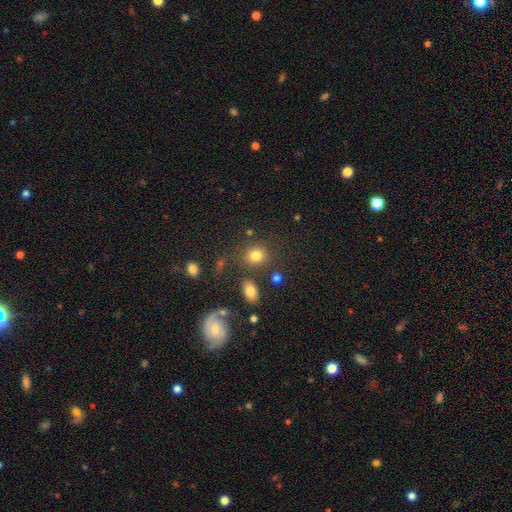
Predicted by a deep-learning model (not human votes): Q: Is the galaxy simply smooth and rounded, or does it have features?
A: smooth — 79%.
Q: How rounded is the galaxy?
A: round — 68%.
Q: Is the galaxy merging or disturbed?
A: none — 76%.